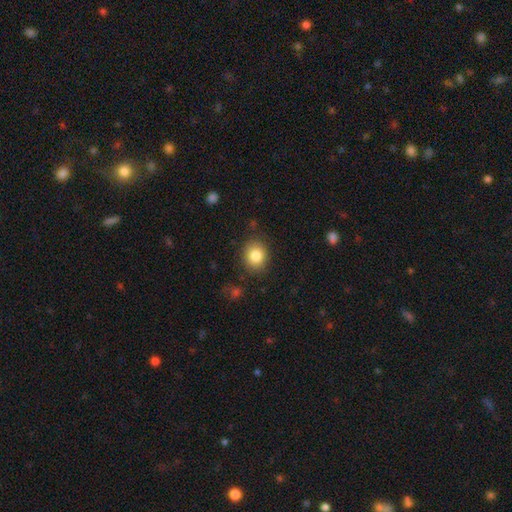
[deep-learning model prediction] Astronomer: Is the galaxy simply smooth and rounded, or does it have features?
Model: smooth — 84%.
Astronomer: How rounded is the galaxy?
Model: round — 72%.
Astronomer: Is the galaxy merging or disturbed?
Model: none — 85%.